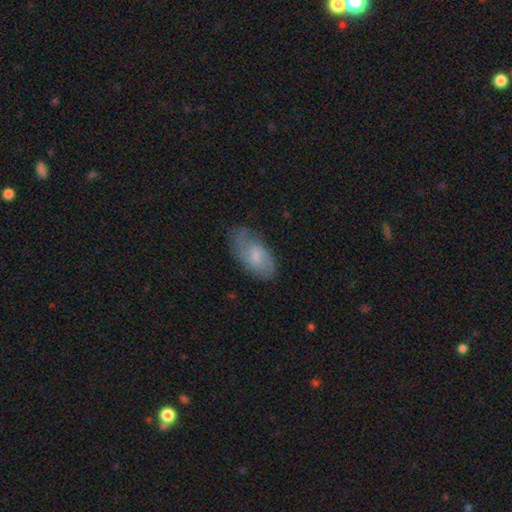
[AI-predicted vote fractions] Smooth or featured?
  - featured or disk: 49% *
  - smooth: 44%
  - star or artifact: 7%
Merging?
  - none: 68% *
  - minor disturbance: 23%
  - major disturbance: 7%
  - merger: 1%